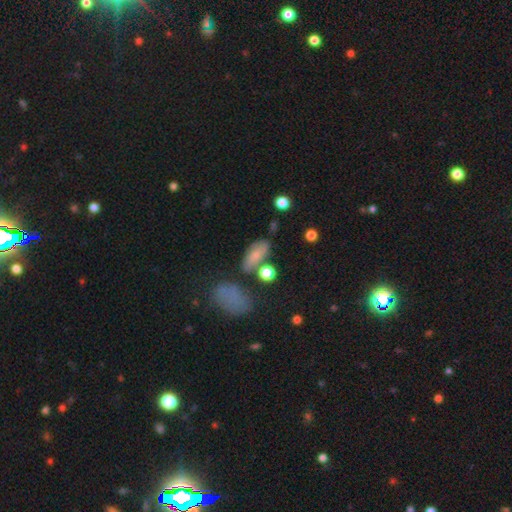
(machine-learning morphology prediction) Q: Smooth or featured?
A: smooth (71%); runner-up: featured or disk (19%)
Q: How rounded?
A: in between (82%); runner-up: cigar-shaped (10%)
Q: Merging?
A: none (63%); runner-up: minor disturbance (18%)